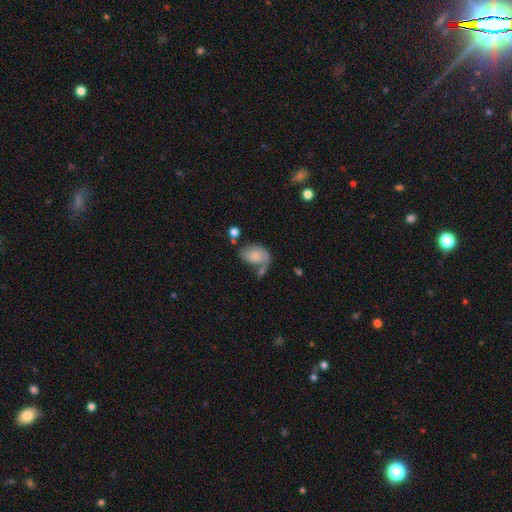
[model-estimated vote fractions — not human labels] Q: Smooth or featured?
A: smooth (53%); runner-up: featured or disk (38%)
Q: How rounded?
A: in between (80%); runner-up: round (18%)
Q: Merging?
A: none (35%); runner-up: major disturbance (24%)